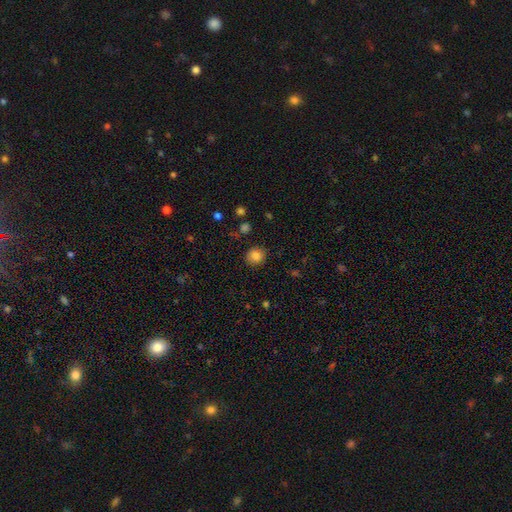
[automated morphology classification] Smooth or featured? smooth (84%)
How rounded? round (84%)
Merging? none (86%)